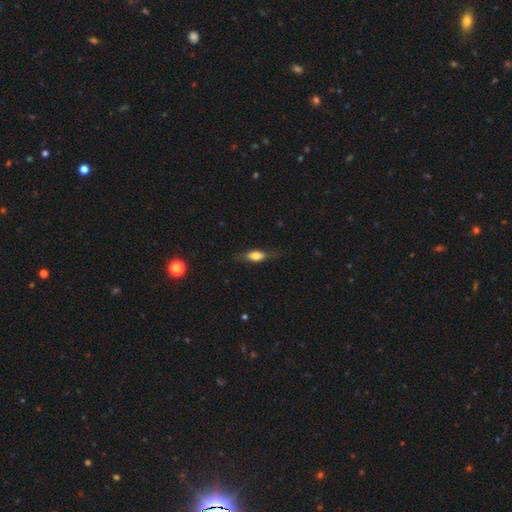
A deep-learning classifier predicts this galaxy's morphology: type=smooth (65%); roundness=in between (69%); merging=none (71%).